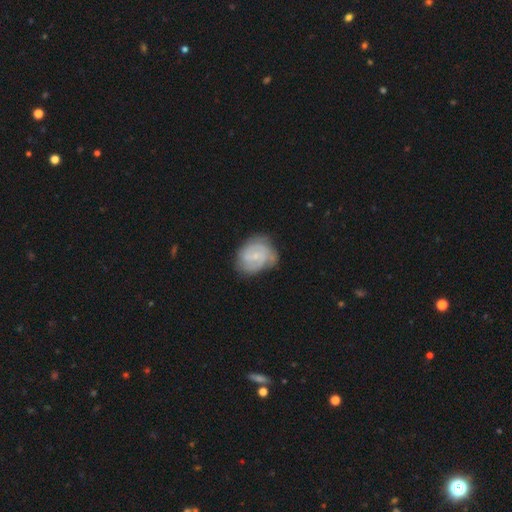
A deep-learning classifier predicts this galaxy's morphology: Smooth or featured: featured or disk — 70% (smooth — 23%)
Edge-on disk: no — 98% (yes — 2%)
Bar: no — 54% (weak — 41%)
Spiral arms: yes — 89% (no — 11%)
Spiral winding: tight — 54% (medium — 36%)
Spiral arm count: 2 — 34% (can't tell — 32%)
Bulge size: small — 73% (moderate — 18%)
Merging: none — 60% (minor disturbance — 28%)